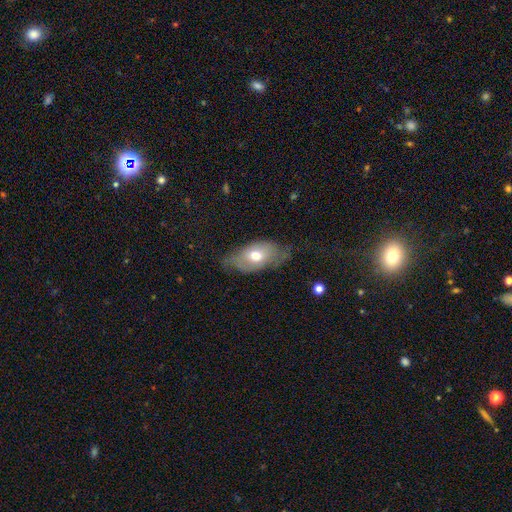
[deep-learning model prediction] Smooth or featured: smooth — 61% (featured or disk — 33%)
How rounded: in between — 90% (round — 5%)
Merging: none — 57% (minor disturbance — 31%)